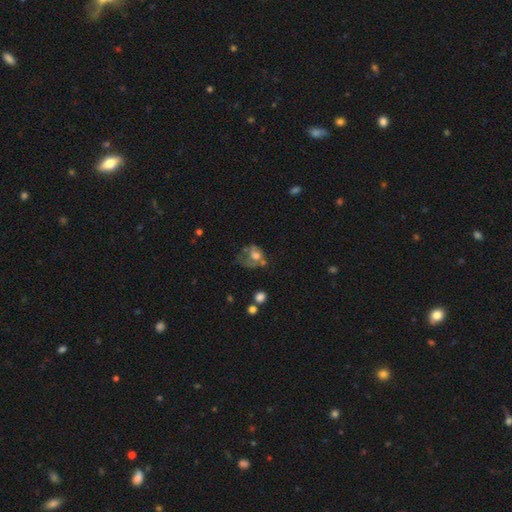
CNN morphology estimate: type=smooth (49%); merging=major disturbance (41%).